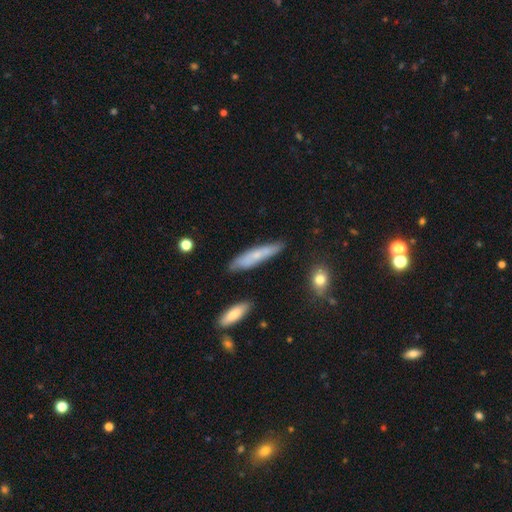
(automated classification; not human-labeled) Morphology: type=smooth (60%); roundness=cigar-shaped (83%); merging=none (79%).